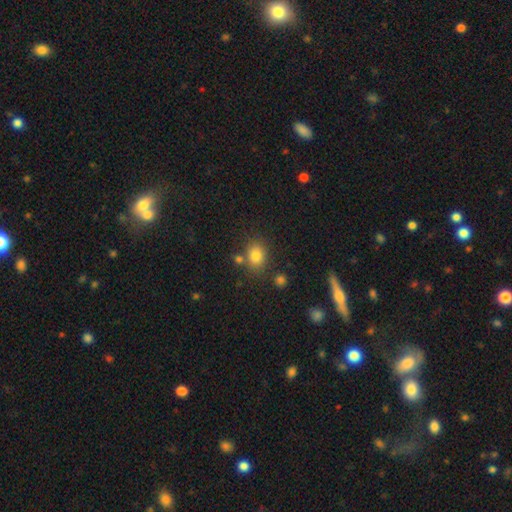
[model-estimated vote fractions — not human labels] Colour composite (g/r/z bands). It shows a smooth galaxy with no disk features (81%) that is round (50%). Merging: none (71%).